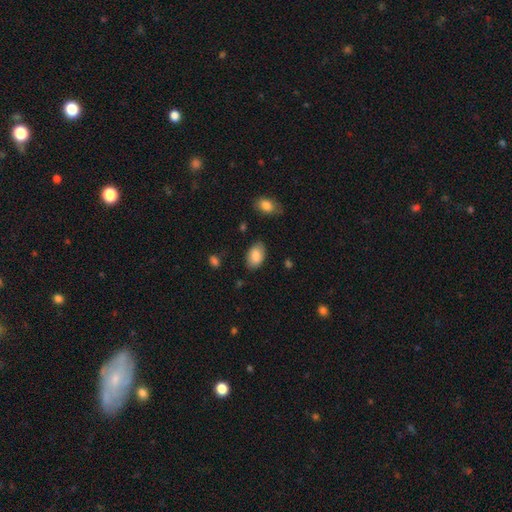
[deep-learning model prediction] Q: Smooth or featured?
A: smooth (85%); runner-up: featured or disk (9%)
Q: How rounded?
A: in between (92%); runner-up: round (7%)
Q: Merging?
A: none (82%); runner-up: minor disturbance (13%)